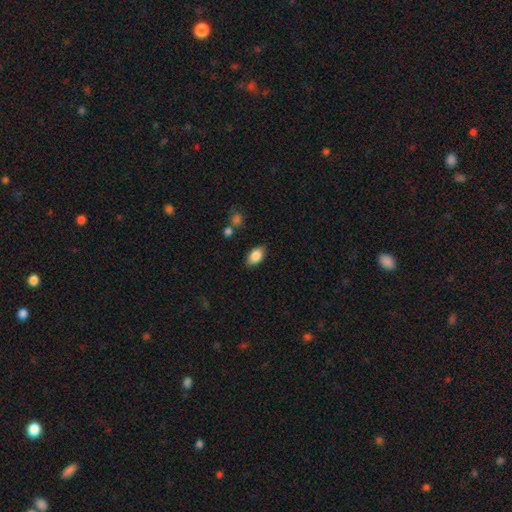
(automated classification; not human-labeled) smooth_or_featured: smooth (p=0.83) [alt: featured or disk p=0.09]
how_rounded: in between (p=0.90) [alt: round p=0.07]
merging: none (p=0.82) [alt: minor disturbance p=0.13]